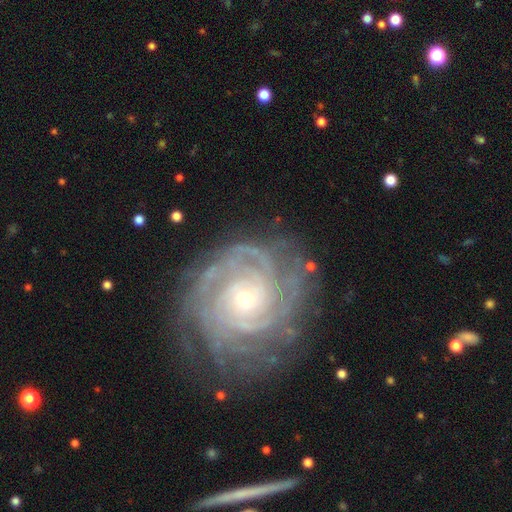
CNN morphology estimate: Overall: featured or disk (87%). Edge-on disk: no (97%). Bar: no (77%). Spiral arms: yes (97%). Spiral arm count: can't tell (27%; 4 19%). Spiral winding: tight (82%). Bulge size: small (71%). Merging: none (79%).